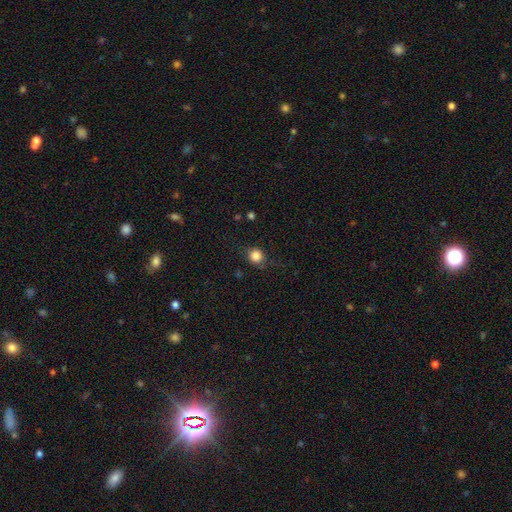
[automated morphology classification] A smooth galaxy with no disk features (83%) that is round (84%). Merging: none (77%).